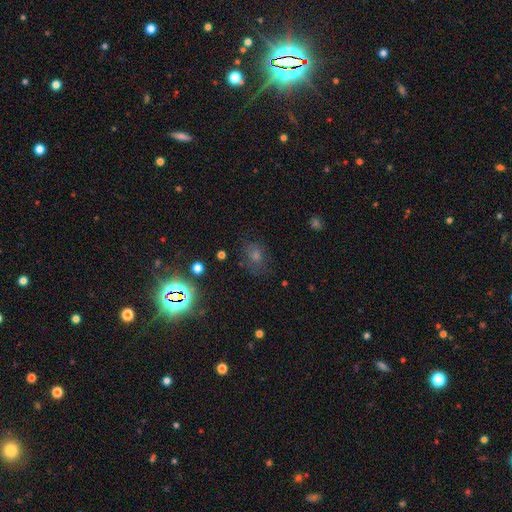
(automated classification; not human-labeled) Morphology: type=star or artifact (46%).